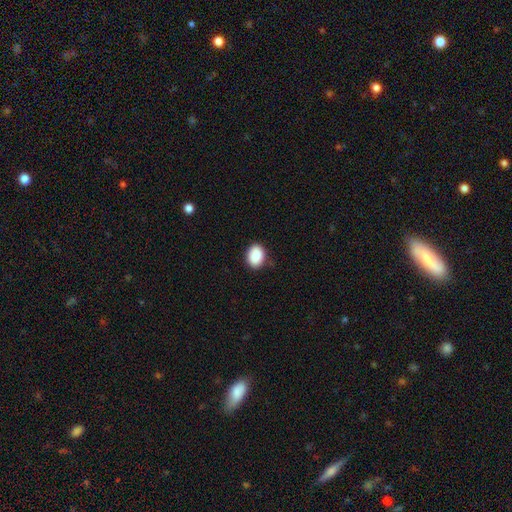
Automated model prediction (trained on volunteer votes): A smooth galaxy with no disk features (90%) that is in between round and cigar-shaped (70%). Merging: none (84%).